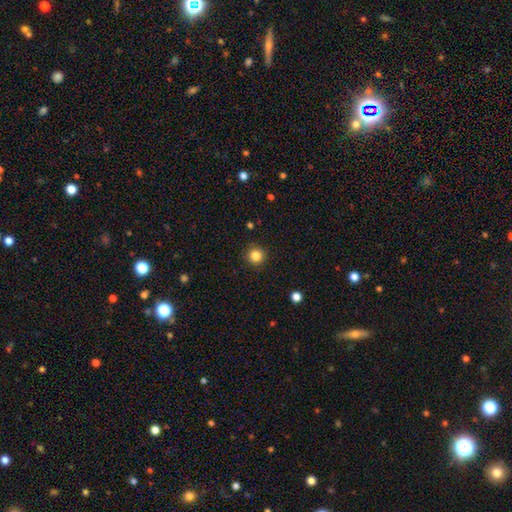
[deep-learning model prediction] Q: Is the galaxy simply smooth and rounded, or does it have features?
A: smooth — 84%.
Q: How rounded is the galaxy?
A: round — 95%.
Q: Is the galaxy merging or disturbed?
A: none — 92%.